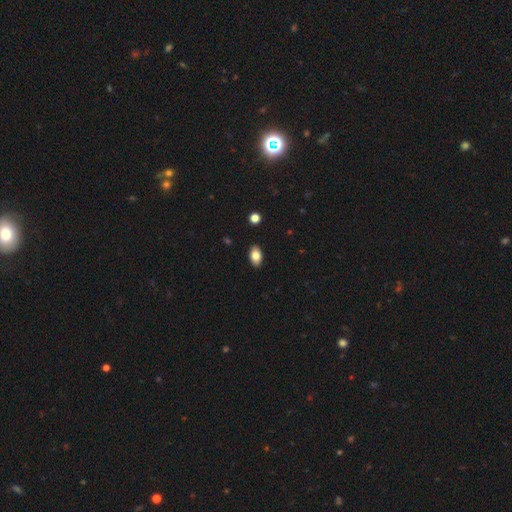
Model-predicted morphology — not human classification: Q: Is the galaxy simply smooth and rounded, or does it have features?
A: smooth — 84%.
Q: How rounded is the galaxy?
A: in between — 92%.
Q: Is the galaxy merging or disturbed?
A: none — 89%.